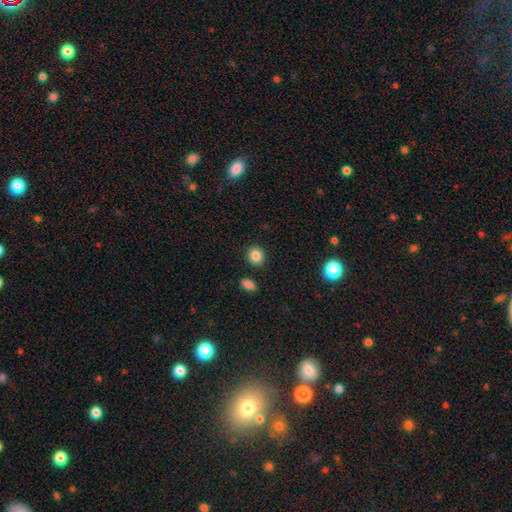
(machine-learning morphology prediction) A smooth galaxy with no disk features (86%) that is round (76%). Merging: none (88%).